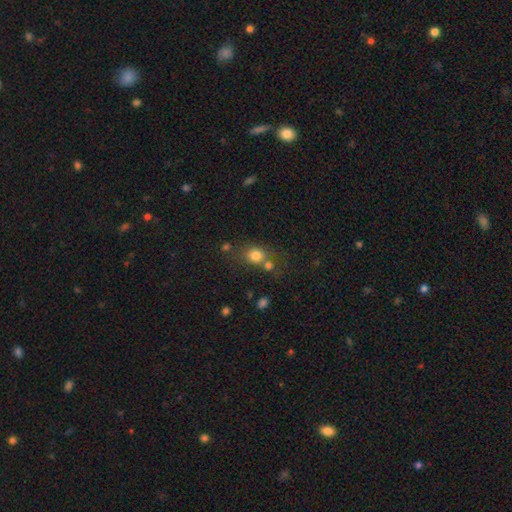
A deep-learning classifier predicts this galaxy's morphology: Smooth or featured?
  - smooth: 77% *
  - star or artifact: 13%
  - featured or disk: 10%
How rounded?
  - round: 68% *
  - in between: 31%
  - cigar-shaped: 1%
Merging?
  - none: 54% *
  - merger: 27%
  - minor disturbance: 13%
  - major disturbance: 7%